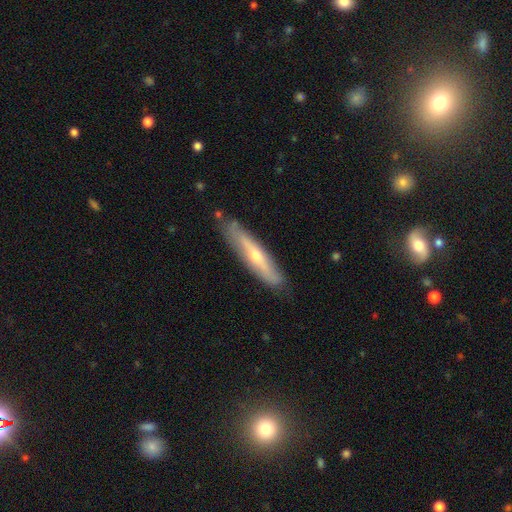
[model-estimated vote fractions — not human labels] A featured or disk galaxy (55%) viewed edge-on (77%). Merging: none (79%).